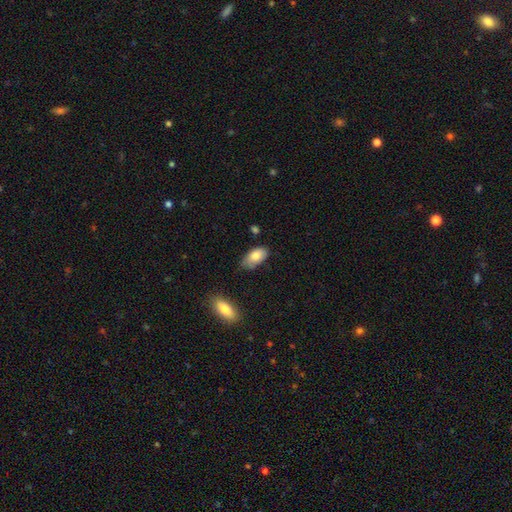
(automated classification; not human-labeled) smooth 78%, featured or disk 15%, star or artifact 7%. Down the decision tree: how rounded — in between (94%); merging — none (60%).